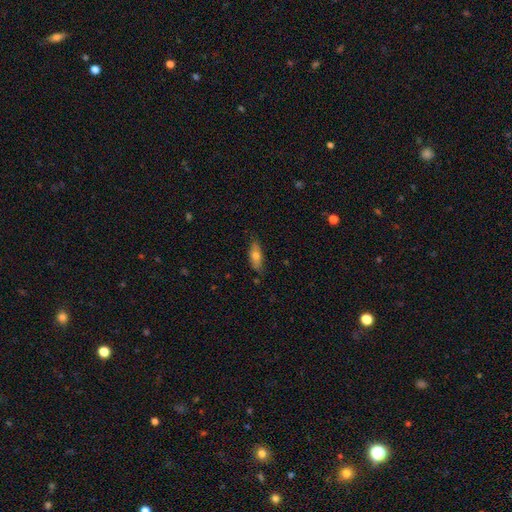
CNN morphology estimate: A smooth galaxy with no disk features (67%) that is in between round and cigar-shaped (67%).

Vote fractions:
- Smooth or featured? smooth: 67% / featured or disk: 26% / star or artifact: 7%
- How rounded? in between: 67% / cigar-shaped: 30% / round: 3%
- Merging? none: 80% / minor disturbance: 16% / major disturbance: 3% / merger: 2%